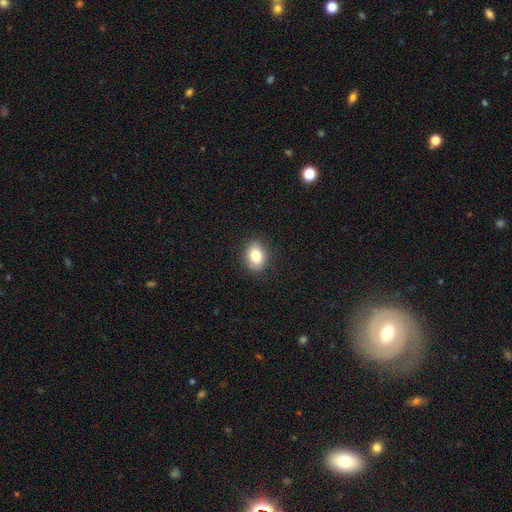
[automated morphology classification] This is clearly a smooth galaxy (81%). How rounded: likely in between (62%). Merging: clearly none (88%).